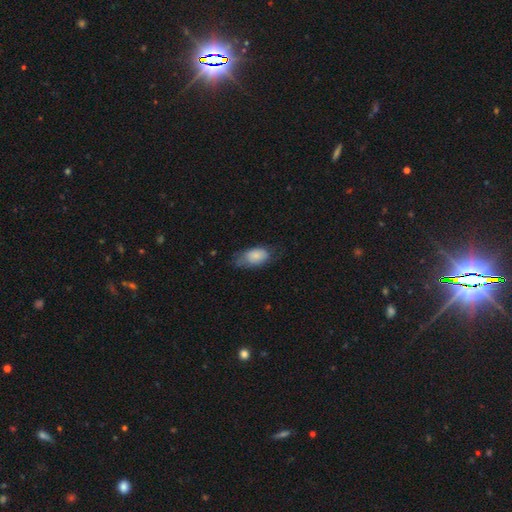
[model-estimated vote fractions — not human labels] This appears to be a smooth galaxy with no disk features (79%) that is in between round and cigar-shaped (92%). Merging: none (53%).